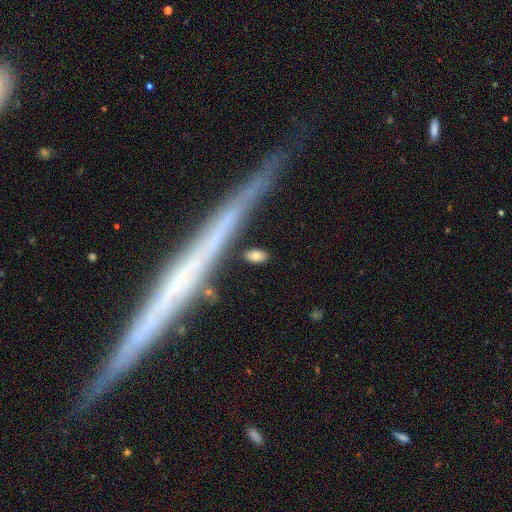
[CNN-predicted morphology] This is likely a smooth galaxy (77%). How rounded: clearly in between (84%). Merging: clearly none (81%).